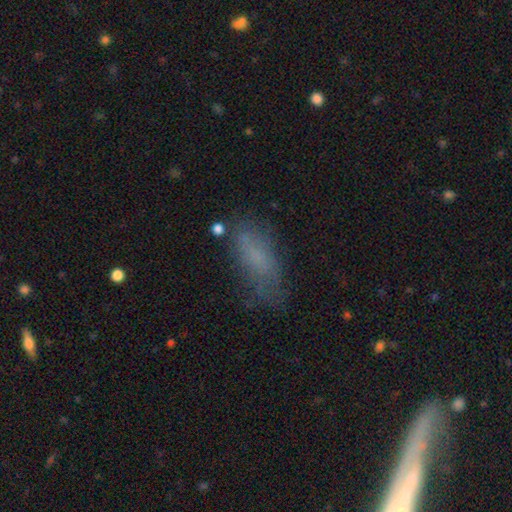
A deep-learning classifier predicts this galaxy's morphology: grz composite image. It shows a smooth galaxy with no disk features (68%) that is in between round and cigar-shaped (75%). Merging: none (59%).